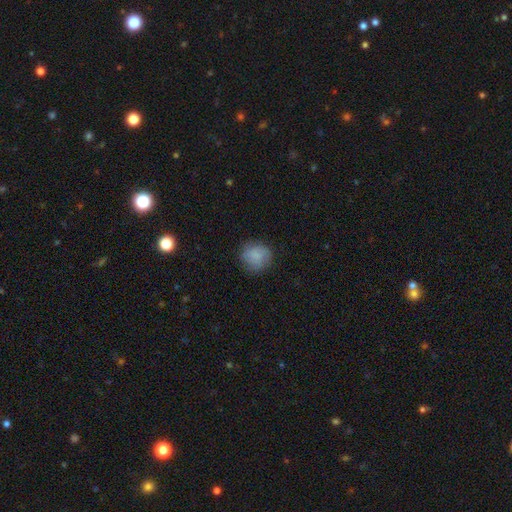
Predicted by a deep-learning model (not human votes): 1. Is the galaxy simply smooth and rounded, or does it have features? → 82% smooth, 10% featured or disk, 8% star or artifact.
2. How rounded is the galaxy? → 88% round, 11% in between, 1% cigar-shaped.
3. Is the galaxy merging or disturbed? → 79% none, 15% minor disturbance, 5% major disturbance, 1% merger.